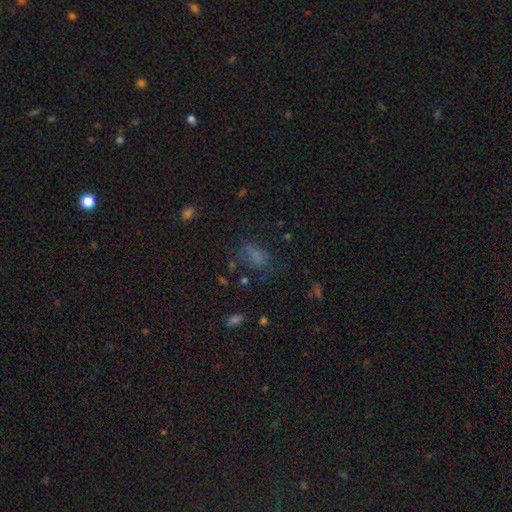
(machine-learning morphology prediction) Smooth or featured? smooth (55%)
How rounded? in between (79%)
Merging? none (41%)